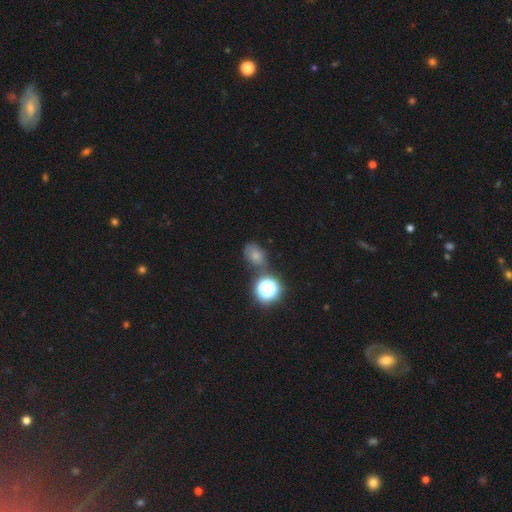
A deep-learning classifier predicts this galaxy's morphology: The model was most divided on "merging": none: 56%, minor disturbance: 22%, merger: 12%, major disturbance: 9%. More confident: how rounded — in between (67%); smooth or featured — smooth (61%).